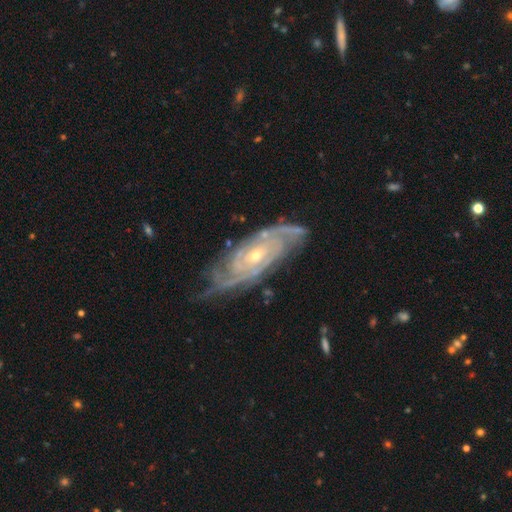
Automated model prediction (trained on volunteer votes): Smooth or featured?
  - featured or disk: 91% *
  - star or artifact: 5%
  - smooth: 4%
Edge-on disk?
  - no: 93% *
  - yes: 7%
Bar?
  - no: 65% *
  - weak: 26%
  - strong: 9%
Spiral arms?
  - yes: 98% *
  - no: 2%
Spiral winding?
  - tight: 72% *
  - medium: 24%
  - loose: 4%
Spiral arm count?
  - 2: 28% *
  - 3: 23%
  - can't tell: 20%
  - 4: 16%
  - more than 4: 7%
  - 1: 6%
Bulge size?
  - small: 60% *
  - moderate: 37%
  - large: 1%
  - none: 1%
  - dominant: 1%
Merging?
  - none: 74% *
  - minor disturbance: 19%
  - major disturbance: 6%
  - merger: 2%